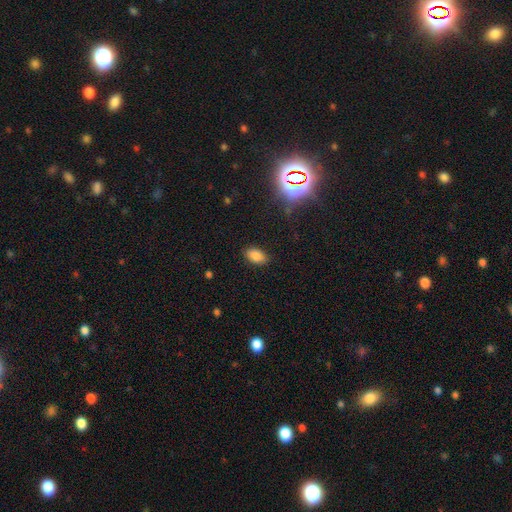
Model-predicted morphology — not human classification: Smooth or featured? Predicted: smooth (p=0.83). How rounded? Predicted: in between (p=0.91). Merging? Predicted: none (p=0.87).